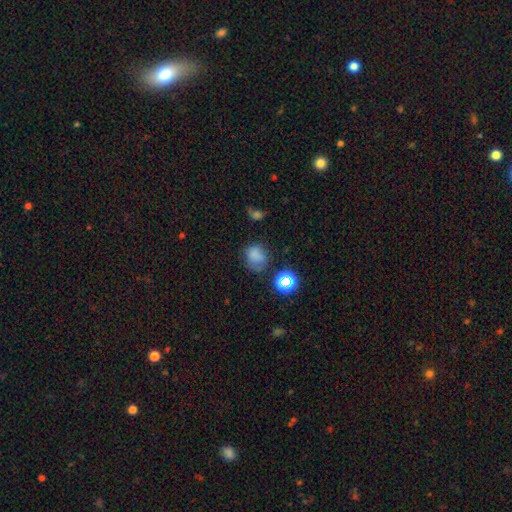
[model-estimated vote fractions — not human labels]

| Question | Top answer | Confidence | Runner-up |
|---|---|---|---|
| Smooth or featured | smooth | 71% | star or artifact (19%) |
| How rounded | round | 70% | in between (29%) |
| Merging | none | 61% | minor disturbance (23%) |